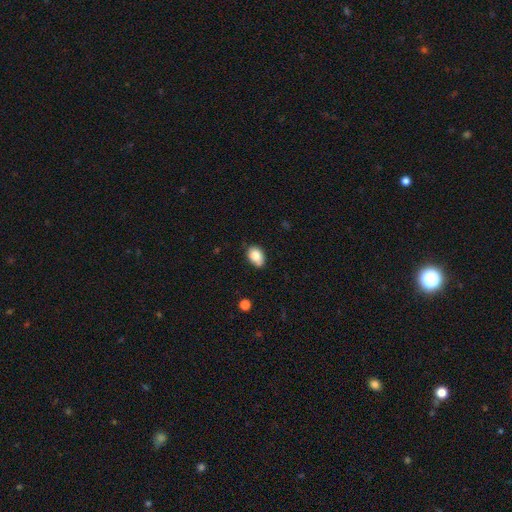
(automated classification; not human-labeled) Smooth or featured?
  - smooth: 84% *
  - star or artifact: 8%
  - featured or disk: 8%
How rounded?
  - in between: 81% *
  - round: 18%
  - cigar-shaped: 1%
Merging?
  - none: 68% *
  - minor disturbance: 25%
  - major disturbance: 4%
  - merger: 3%